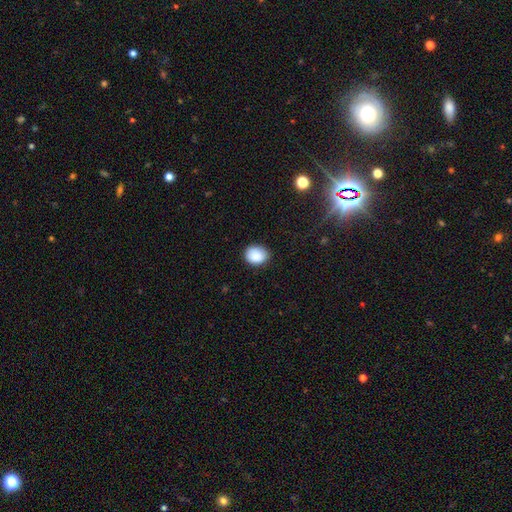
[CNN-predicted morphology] Smooth or featured: smooth — 89% (star or artifact — 8%)
How rounded: round — 55% (in between — 44%)
Merging: none — 83% (minor disturbance — 13%)